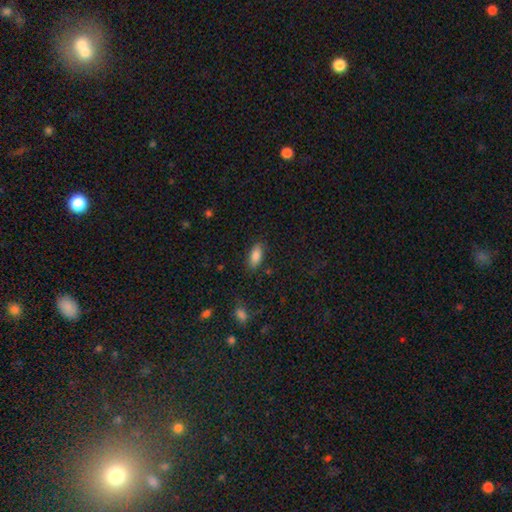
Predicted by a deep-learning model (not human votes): Smooth or featured? Predicted: smooth (p=0.85). How rounded? Predicted: in between (p=0.87). Merging? Predicted: none (p=0.84).